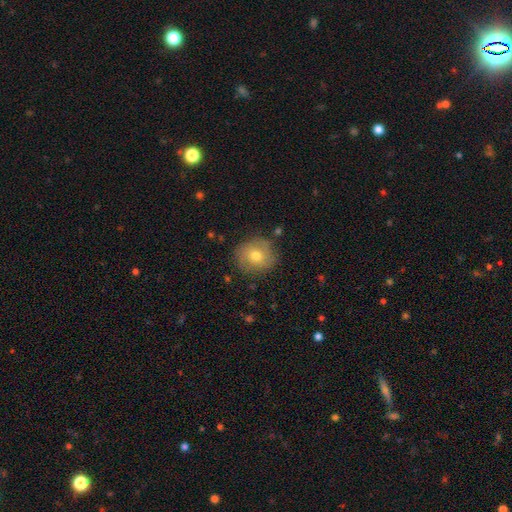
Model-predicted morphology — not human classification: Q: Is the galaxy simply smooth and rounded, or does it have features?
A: smooth — 68%.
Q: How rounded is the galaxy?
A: round — 84%.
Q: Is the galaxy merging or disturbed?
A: none — 80%.